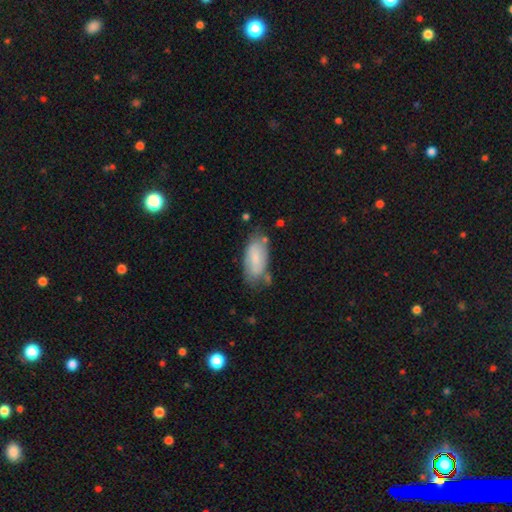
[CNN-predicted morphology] Q: Smooth or featured?
A: smooth (68%); runner-up: featured or disk (26%)
Q: How rounded?
A: in between (90%); runner-up: cigar-shaped (8%)
Q: Merging?
A: none (57%); runner-up: minor disturbance (27%)